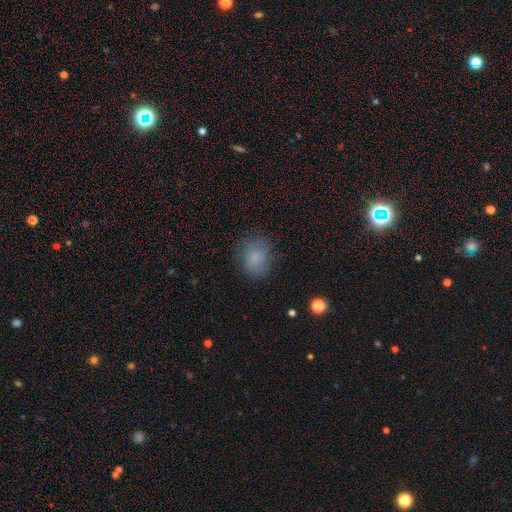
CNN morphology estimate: Smooth or featured?
  - smooth: 79% *
  - featured or disk: 11%
  - star or artifact: 11%
How rounded?
  - round: 60% *
  - in between: 38%
  - cigar-shaped: 1%
Merging?
  - none: 77% *
  - minor disturbance: 16%
  - major disturbance: 6%
  - merger: 1%